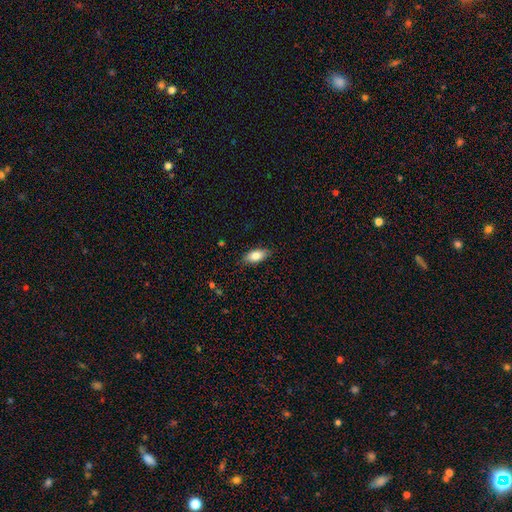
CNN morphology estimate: Smooth or featured? smooth (79%)
How rounded? in between (88%)
Merging? none (83%)